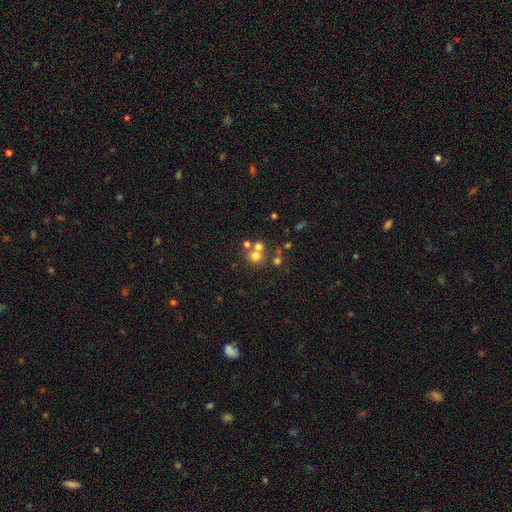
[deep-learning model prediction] Smooth or featured?
  - smooth: 64% *
  - star or artifact: 18%
  - featured or disk: 18%
How rounded?
  - round: 87% *
  - in between: 12%
  - cigar-shaped: 1%
Merging?
  - none: 49% *
  - merger: 40%
  - minor disturbance: 7%
  - major disturbance: 4%